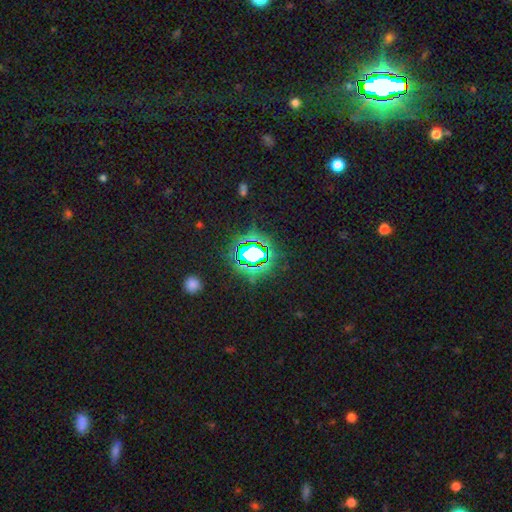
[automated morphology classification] Smooth or featured? Predicted: star or artifact (p=0.75).